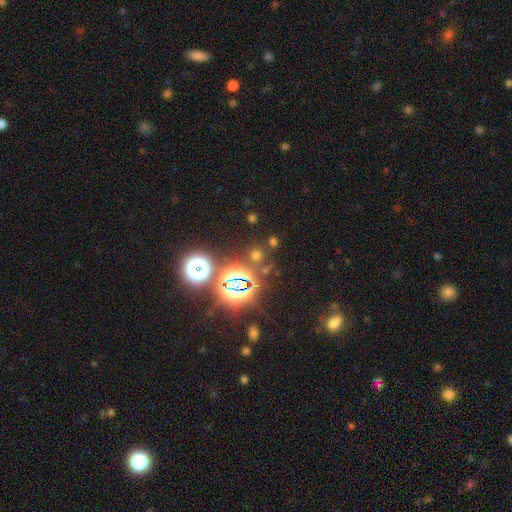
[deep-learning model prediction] This is possibly a star or artifact rather than a galaxy (50%).